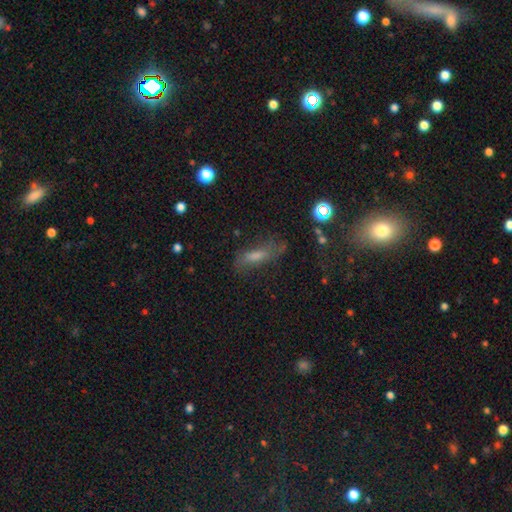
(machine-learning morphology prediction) Smooth or featured: smooth — 45% (featured or disk — 36%)
Merging: none — 58% (minor disturbance — 22%)